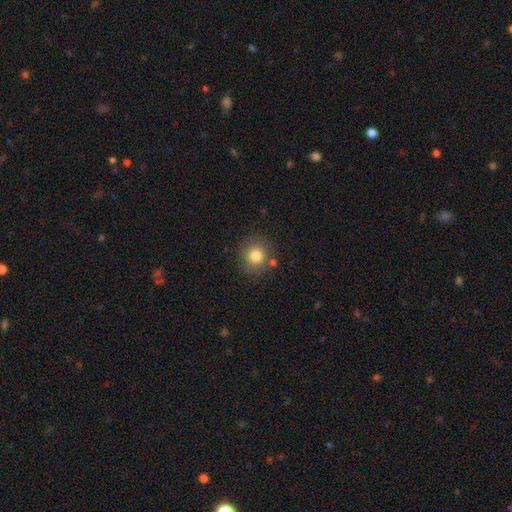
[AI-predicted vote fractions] smooth_or_featured: smooth (p=0.80) [alt: star or artifact p=0.12]
how_rounded: round (p=0.88) [alt: in between p=0.11]
merging: none (p=0.83) [alt: minor disturbance p=0.09]